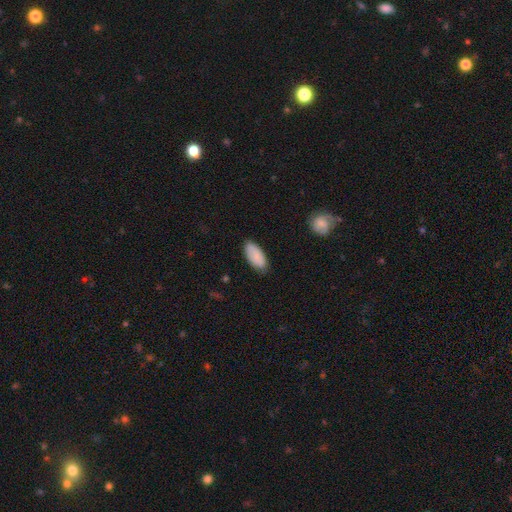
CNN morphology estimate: The model was most divided on "merging": none: 79%, minor disturbance: 17%, major disturbance: 3%, merger: 1%. More confident: how rounded — in between (91%); smooth or featured — smooth (87%).